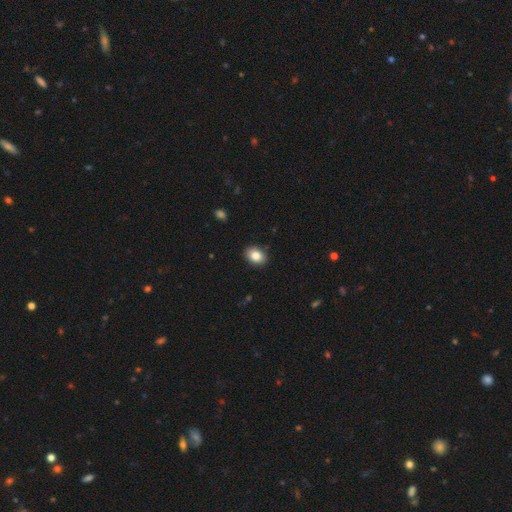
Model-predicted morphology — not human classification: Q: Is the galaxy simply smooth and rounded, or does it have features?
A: smooth — 84%.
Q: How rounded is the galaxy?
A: in between — 71%.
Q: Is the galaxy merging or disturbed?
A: none — 88%.